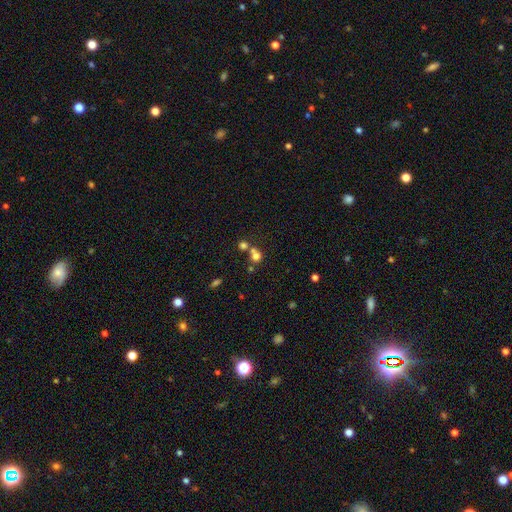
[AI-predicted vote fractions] This is likely a smooth galaxy (69%). How rounded: clearly round (83%). Merging: possibly merger (46%).